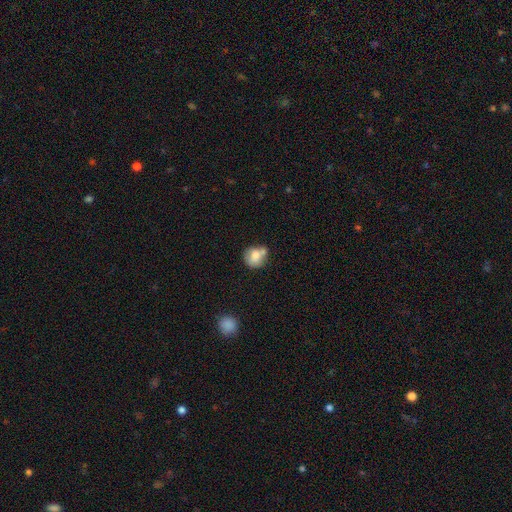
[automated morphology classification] This appears to be a smooth galaxy with no disk features (74%) that is round (77%). Merging: none (44%).